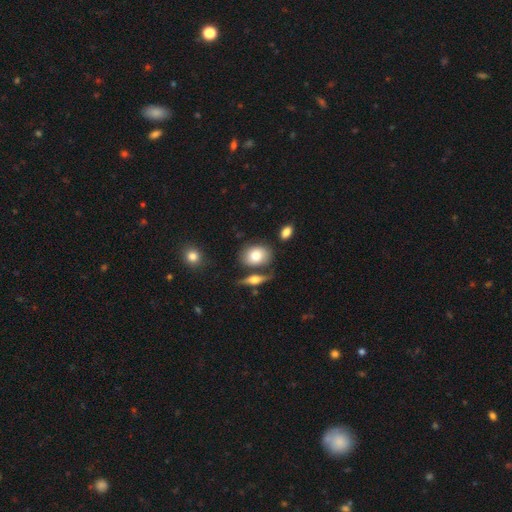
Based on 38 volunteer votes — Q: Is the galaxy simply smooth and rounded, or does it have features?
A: smooth — 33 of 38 (87%).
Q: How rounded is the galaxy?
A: in between — 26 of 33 (79%).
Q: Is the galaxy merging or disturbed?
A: none — 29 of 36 (81%).